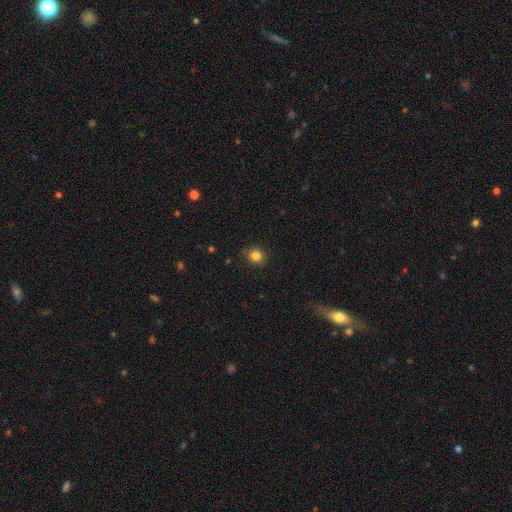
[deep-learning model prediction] The model was most divided on "how rounded": round: 82%, in between: 17%, cigar-shaped: 1%. More confident: smooth or featured — smooth (84%); merging — none (83%).